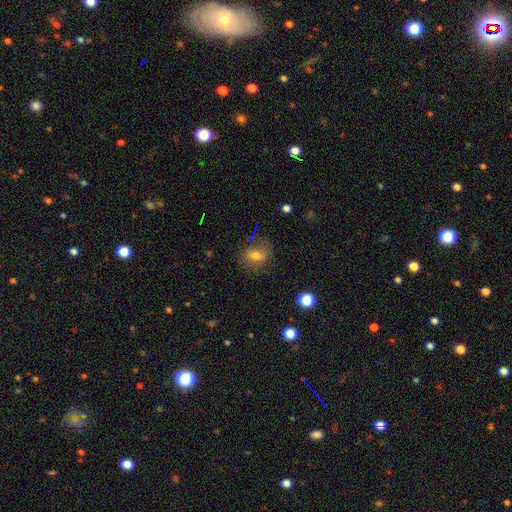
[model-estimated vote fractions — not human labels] The model was most divided on "how rounded": in between: 63%, round: 34%, cigar-shaped: 3%. More confident: merging — none (65%); smooth or featured — smooth (60%).